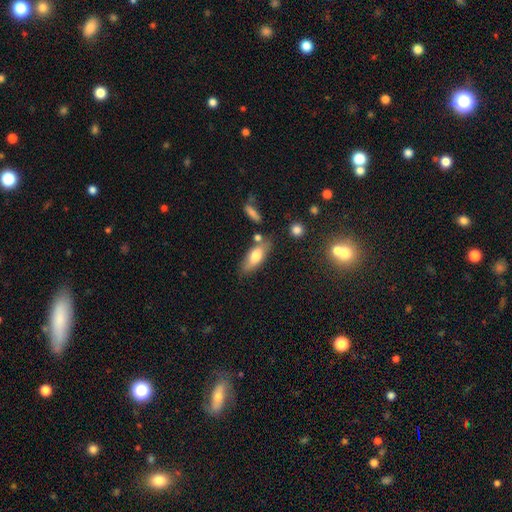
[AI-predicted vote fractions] A smooth galaxy with no disk features (70%) that is in between round and cigar-shaped (72%).

Vote fractions:
- Smooth or featured? smooth: 70% / featured or disk: 23% / star or artifact: 7%
- How rounded? in between: 72% / cigar-shaped: 25% / round: 3%
- Merging? none: 68% / minor disturbance: 17% / merger: 10% / major disturbance: 4%